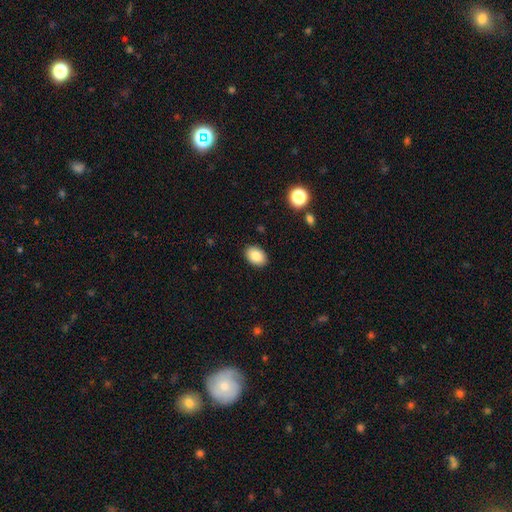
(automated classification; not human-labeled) The model was most divided on "how rounded": in between: 80%, round: 19%, cigar-shaped: 1%. More confident: merging — none (89%); smooth or featured — smooth (87%).